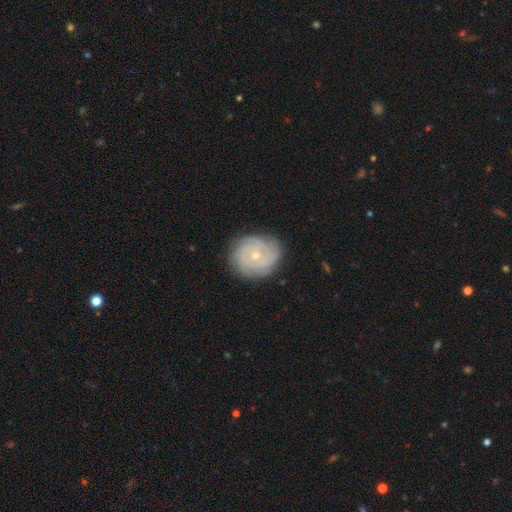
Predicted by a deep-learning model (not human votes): Smooth or featured? featured or disk (78%)
Edge-on disk? no (97%)
Bar? no (79%)
Spiral arms? yes (94%)
Spiral winding? tight (77%)
Spiral arm count? can't tell (28%)
Bulge size? small (69%)
Merging? none (82%)